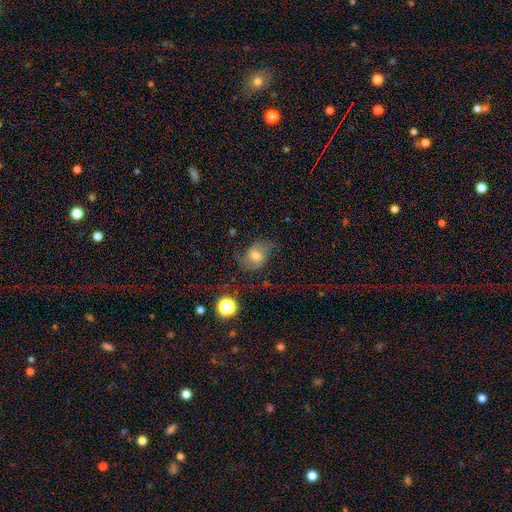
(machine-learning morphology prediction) A smooth galaxy with no disk features (45%).

Vote fractions:
- Smooth or featured? smooth: 45% / featured or disk: 43% / star or artifact: 12%
- Merging? none: 47% / minor disturbance: 26% / major disturbance: 24% / merger: 3%